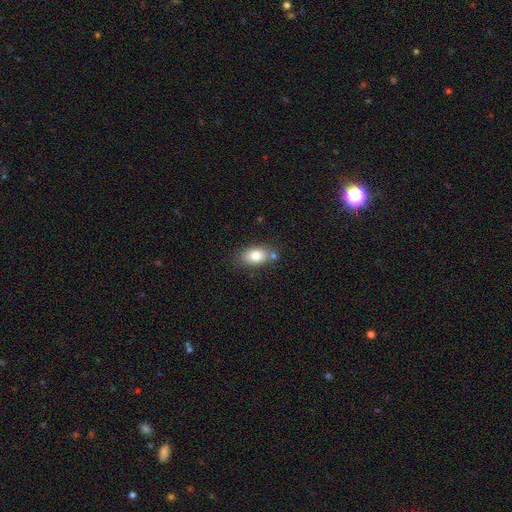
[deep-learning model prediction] Q: Smooth or featured?
A: smooth (81%); runner-up: featured or disk (11%)
Q: How rounded?
A: in between (85%); runner-up: round (13%)
Q: Merging?
A: none (69%); runner-up: minor disturbance (15%)